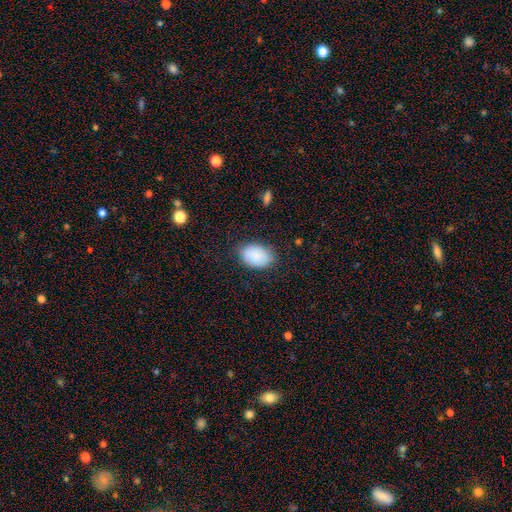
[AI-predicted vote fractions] This appears to be a smooth galaxy with no disk features (88%) that is in between round and cigar-shaped (87%). Merging: none (80%).